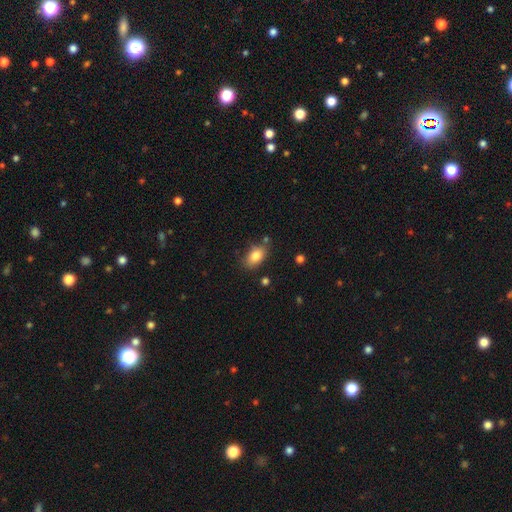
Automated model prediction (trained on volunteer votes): Morphology: type=smooth (83%); roundness=in between (87%); merging=none (75%).